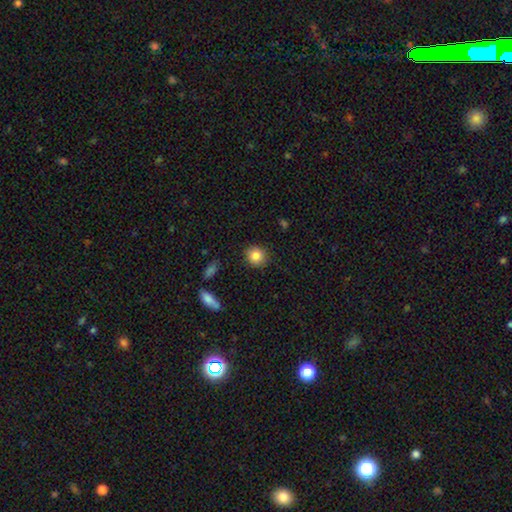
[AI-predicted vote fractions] This appears to be a smooth galaxy with no disk features (84%) that is round (85%). Merging: none (88%).